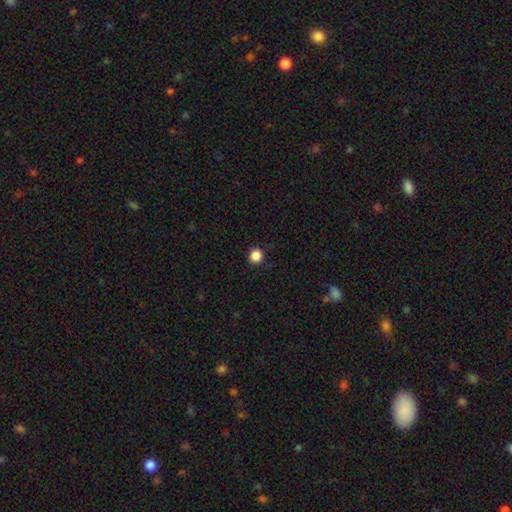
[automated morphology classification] smooth_or_featured: smooth (p=0.87) [alt: star or artifact p=0.11]
how_rounded: round (p=0.95) [alt: in between p=0.04]
merging: none (p=0.92) [alt: minor disturbance p=0.06]